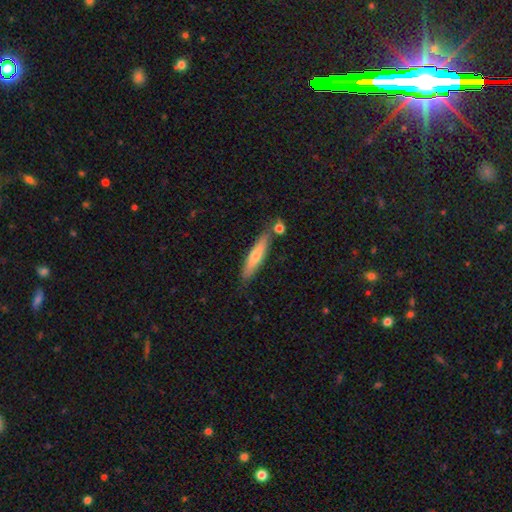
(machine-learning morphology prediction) type=smooth (59%); roundness=cigar-shaped (86%); merging=none (77%).